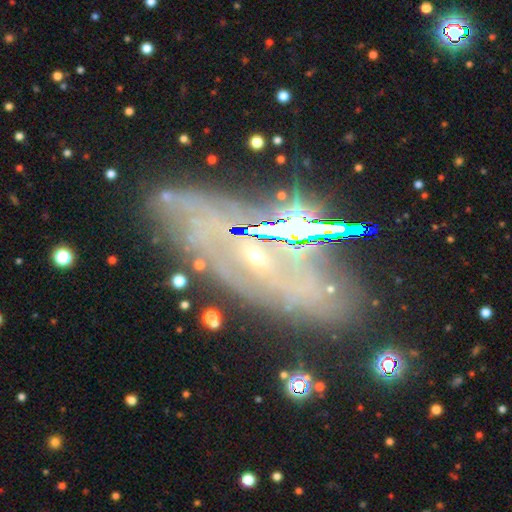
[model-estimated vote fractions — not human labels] The model was most divided on "edge-on disk": no: 69%, yes: 31%. More confident: merging — none (69%); smooth or featured — featured or disk (65%).